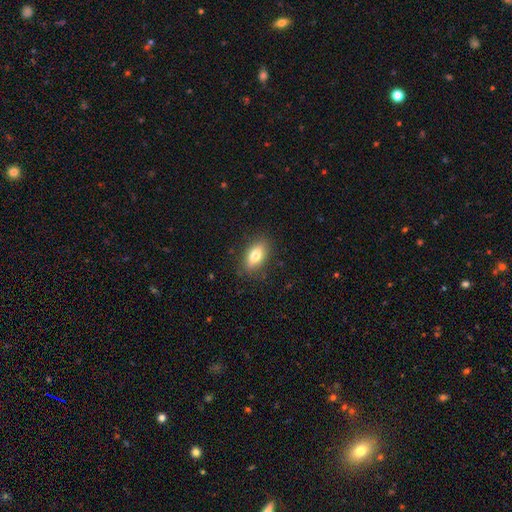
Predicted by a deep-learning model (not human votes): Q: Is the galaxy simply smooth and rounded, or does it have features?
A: smooth — 70%.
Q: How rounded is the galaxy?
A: in between — 80%.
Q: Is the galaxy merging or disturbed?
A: none — 85%.